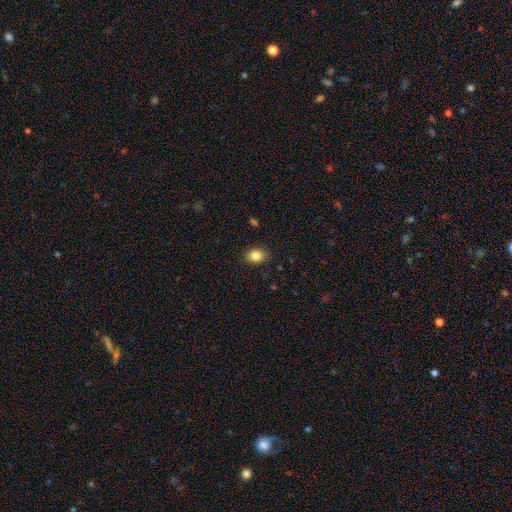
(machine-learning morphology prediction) A smooth galaxy with no disk features (85%) that is in between round and cigar-shaped (69%).

Vote fractions:
- Smooth or featured? smooth: 85% / star or artifact: 9% / featured or disk: 6%
- How rounded? in between: 69% / round: 30% / cigar-shaped: 1%
- Merging? none: 88% / minor disturbance: 9% / major disturbance: 2% / merger: 1%